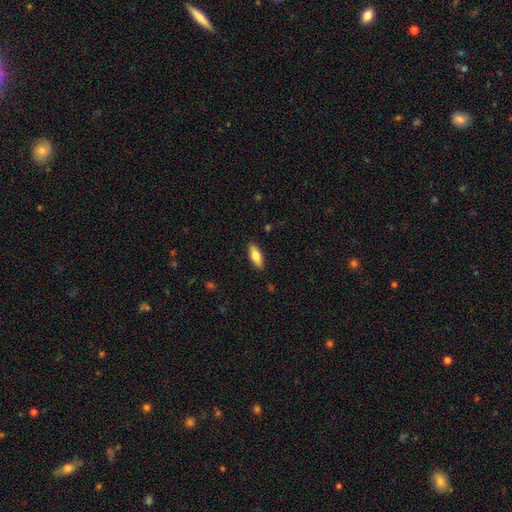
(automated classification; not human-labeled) Smooth or featured? smooth (75%)
How rounded? in between (75%)
Merging? none (88%)